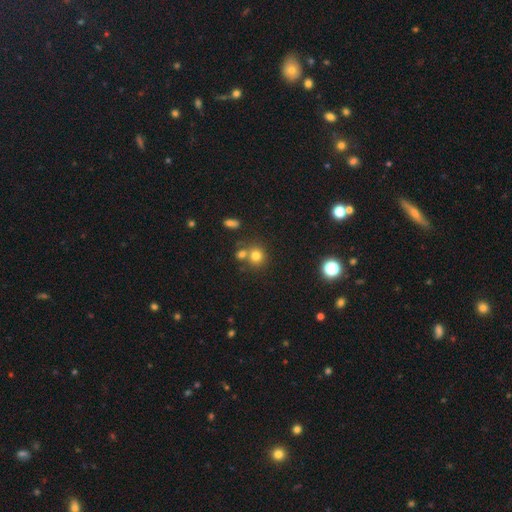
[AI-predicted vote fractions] Morphology: type=smooth (76%); roundness=round (85%); merging=none (57%).